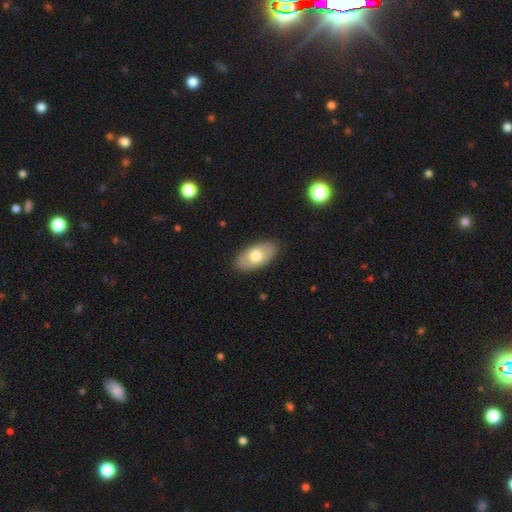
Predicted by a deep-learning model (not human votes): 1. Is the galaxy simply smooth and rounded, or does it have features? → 66% smooth, 28% featured or disk, 6% star or artifact.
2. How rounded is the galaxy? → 93% in between, 4% round, 3% cigar-shaped.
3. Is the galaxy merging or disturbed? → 86% none, 10% minor disturbance, 2% major disturbance, 1% merger.